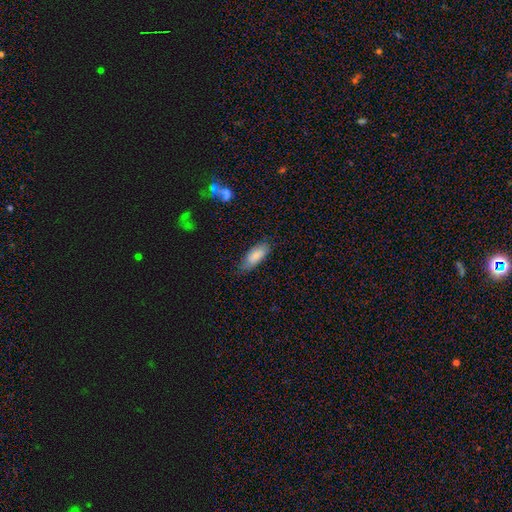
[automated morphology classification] Overall: smooth (82%). How rounded: in between (80%). Merging: none (67%).